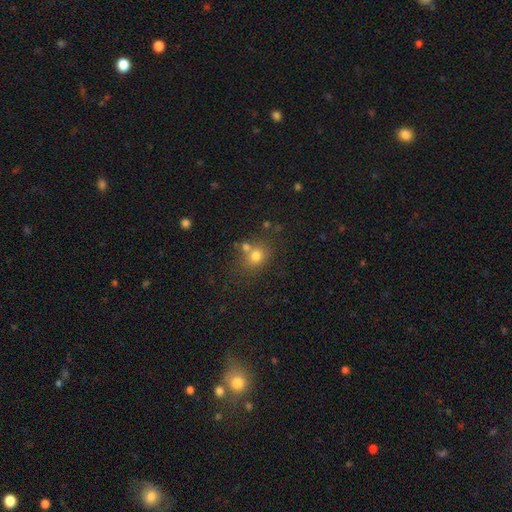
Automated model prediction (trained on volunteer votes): A smooth galaxy with no disk features (73%) that is round (69%).

Vote fractions:
- Smooth or featured? smooth: 73% / star or artifact: 15% / featured or disk: 11%
- How rounded? round: 69% / in between: 30% / cigar-shaped: 1%
- Merging? none: 57% / merger: 28% / minor disturbance: 11% / major disturbance: 4%